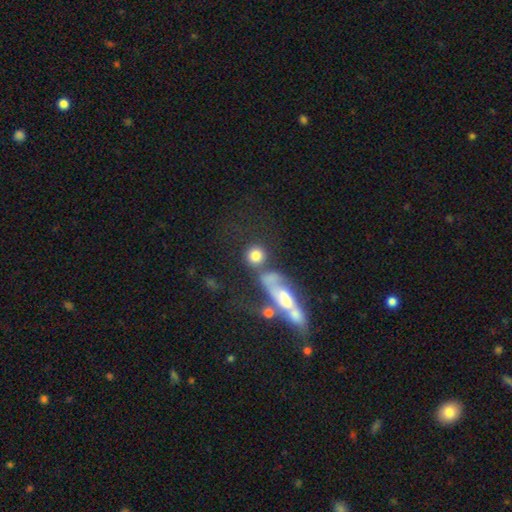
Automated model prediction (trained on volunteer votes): Overall: smooth (78%). How rounded: round (85%). Merging: none (49%; merger 30%).